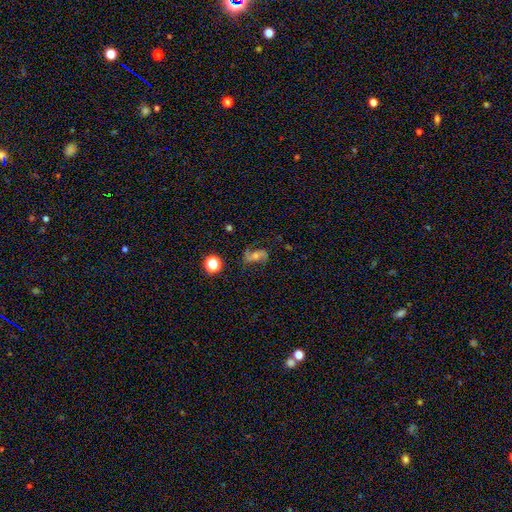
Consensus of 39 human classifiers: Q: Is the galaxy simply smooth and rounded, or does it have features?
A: featured or disk — 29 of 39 (74%).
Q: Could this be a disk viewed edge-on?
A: no — 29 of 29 (100%).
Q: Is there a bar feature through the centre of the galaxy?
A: strong — 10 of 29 (34%, tied with weak).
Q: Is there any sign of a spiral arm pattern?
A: yes — 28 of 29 (97%).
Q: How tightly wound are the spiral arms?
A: medium — 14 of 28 (50%).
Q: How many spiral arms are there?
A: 2 — 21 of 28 (75%).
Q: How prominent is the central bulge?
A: moderate — 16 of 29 (55%).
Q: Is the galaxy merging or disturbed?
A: none — 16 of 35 (46%).